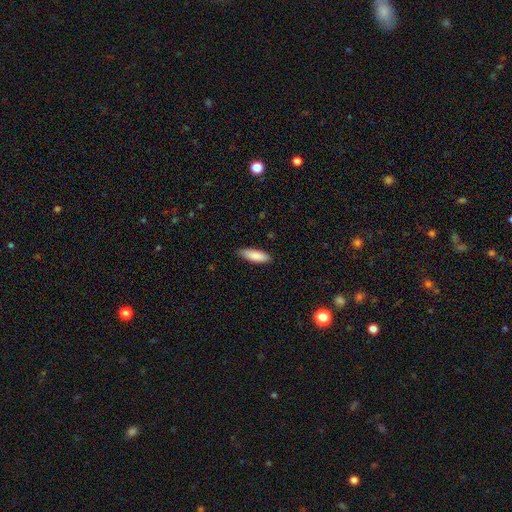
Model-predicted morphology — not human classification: This appears to be a smooth galaxy with no disk features (86%) that is in between round and cigar-shaped (53%). Merging: none (83%).